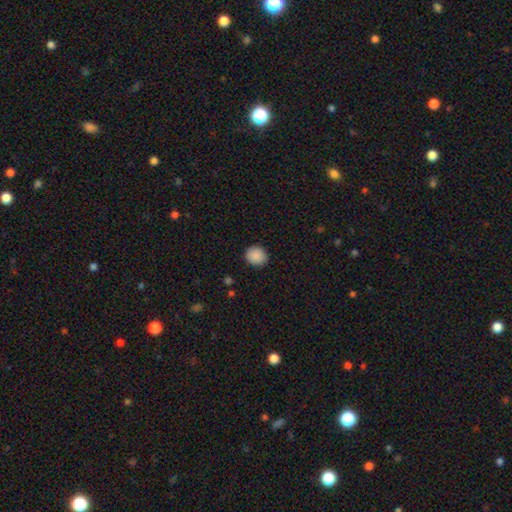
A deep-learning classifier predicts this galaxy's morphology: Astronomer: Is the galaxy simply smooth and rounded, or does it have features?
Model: smooth — 89%.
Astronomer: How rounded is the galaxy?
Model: round — 78%.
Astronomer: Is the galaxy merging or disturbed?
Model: none — 90%.